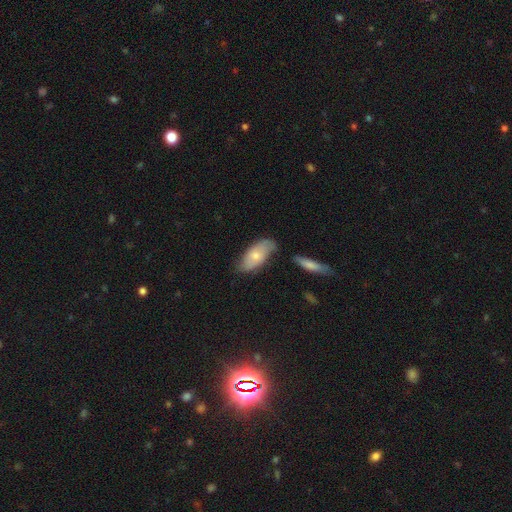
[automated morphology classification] type=smooth (64%); roundness=in between (88%); merging=none (57%).